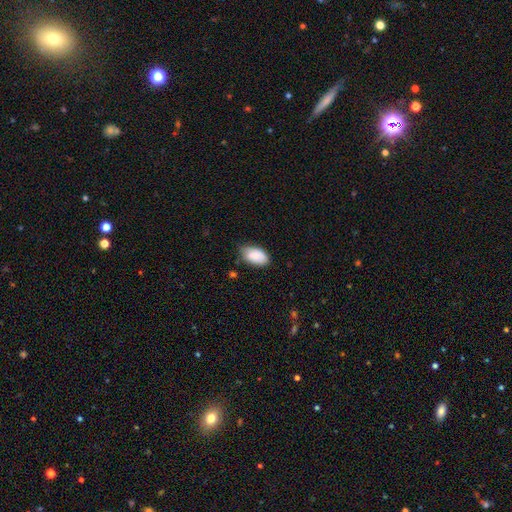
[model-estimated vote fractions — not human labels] Smooth or featured? Predicted: smooth (p=0.85). How rounded? Predicted: in between (p=0.94). Merging? Predicted: none (p=0.61).